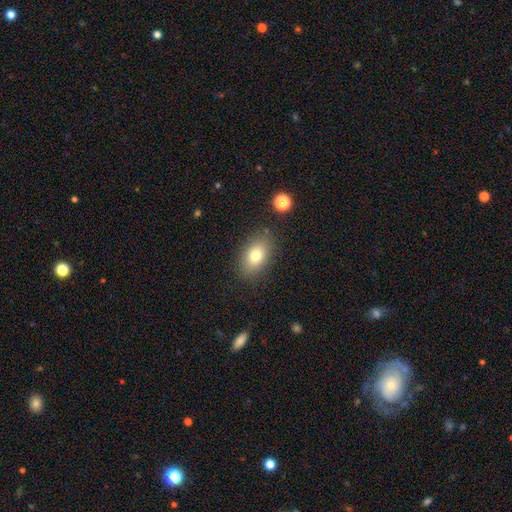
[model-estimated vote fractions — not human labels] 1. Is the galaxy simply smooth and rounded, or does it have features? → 77% smooth, 13% featured or disk, 10% star or artifact.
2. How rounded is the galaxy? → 86% in between, 12% round, 2% cigar-shaped.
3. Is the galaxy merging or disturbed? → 83% none, 11% minor disturbance, 4% major disturbance, 2% merger.